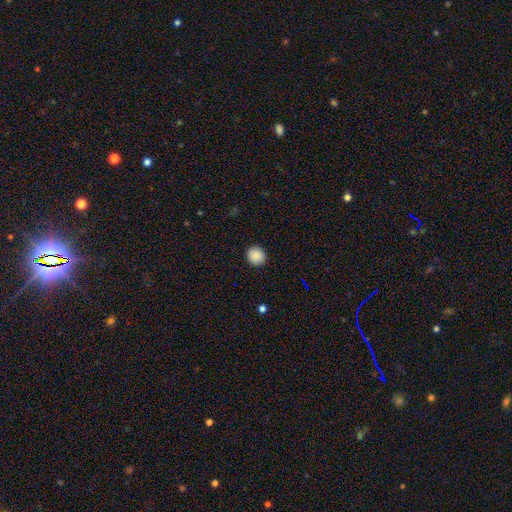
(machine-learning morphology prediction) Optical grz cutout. It shows a smooth galaxy with no disk features (89%) that is round (87%). Merging: none (91%).